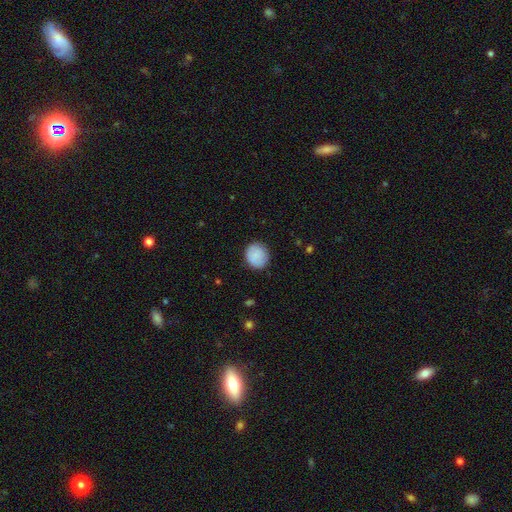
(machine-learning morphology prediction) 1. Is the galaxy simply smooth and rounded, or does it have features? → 87% smooth, 7% featured or disk, 6% star or artifact.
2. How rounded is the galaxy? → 80% round, 19% in between, 1% cigar-shaped.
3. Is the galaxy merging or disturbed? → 86% none, 11% minor disturbance, 2% major disturbance, 1% merger.